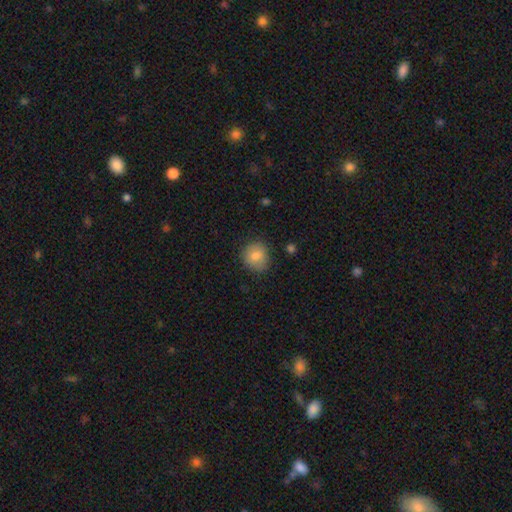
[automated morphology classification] Smooth or featured?
  - smooth: 82% *
  - featured or disk: 10%
  - star or artifact: 9%
How rounded?
  - round: 78% *
  - in between: 21%
  - cigar-shaped: 1%
Merging?
  - none: 83% *
  - minor disturbance: 13%
  - major disturbance: 3%
  - merger: 1%